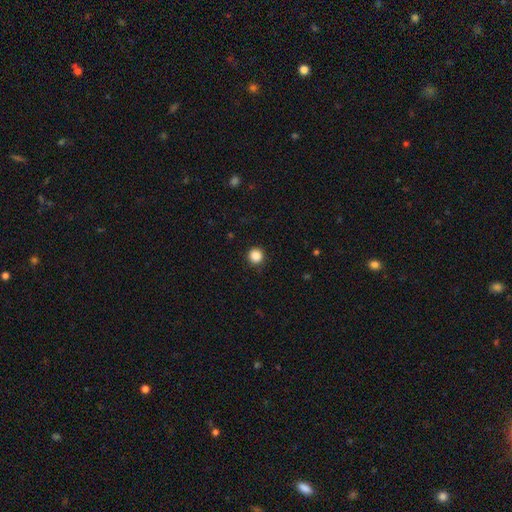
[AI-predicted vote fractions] Smooth or featured: smooth — 87% (star or artifact — 10%)
How rounded: round — 95% (in between — 4%)
Merging: none — 91% (minor disturbance — 6%)